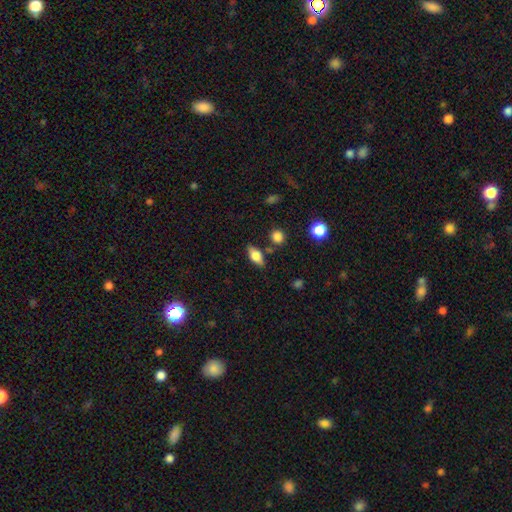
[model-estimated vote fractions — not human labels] Overall: smooth (73%). How rounded: in between (82%). Merging: none (77%).